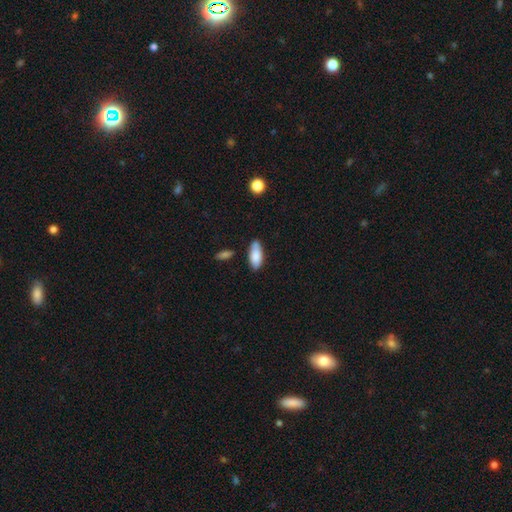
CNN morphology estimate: The model was most divided on "merging": none: 65%, minor disturbance: 22%, merger: 9%, major disturbance: 4%. More confident: smooth or featured — smooth (82%); how rounded — in between (82%).